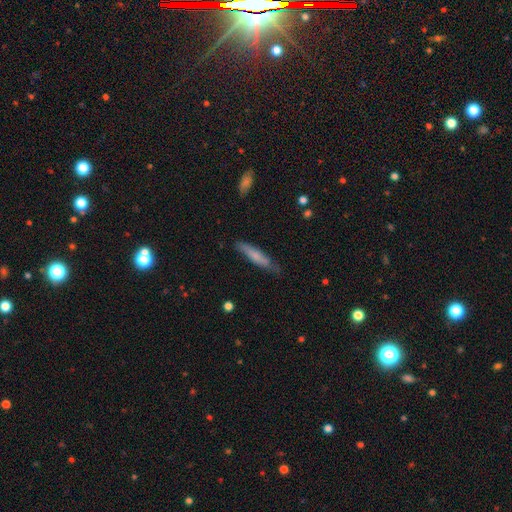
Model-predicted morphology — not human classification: This is likely a smooth galaxy (65%). How rounded: clearly cigar-shaped (84%). Merging: likely none (71%).